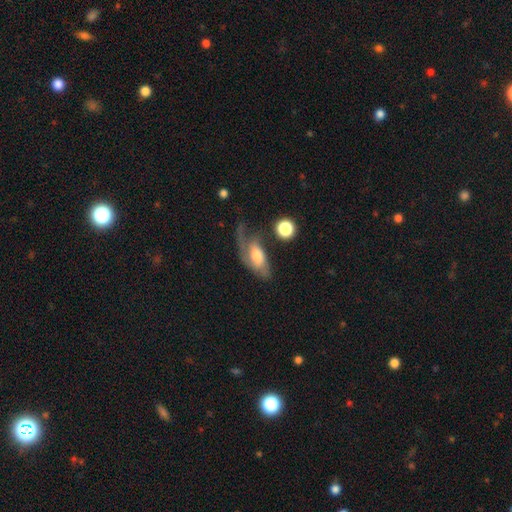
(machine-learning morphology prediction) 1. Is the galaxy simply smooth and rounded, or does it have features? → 50% featured or disk, 43% smooth, 7% star or artifact.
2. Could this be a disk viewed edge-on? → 87% no, 13% yes.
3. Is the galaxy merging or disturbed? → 48% major disturbance, 25% none, 22% minor disturbance, 6% merger.